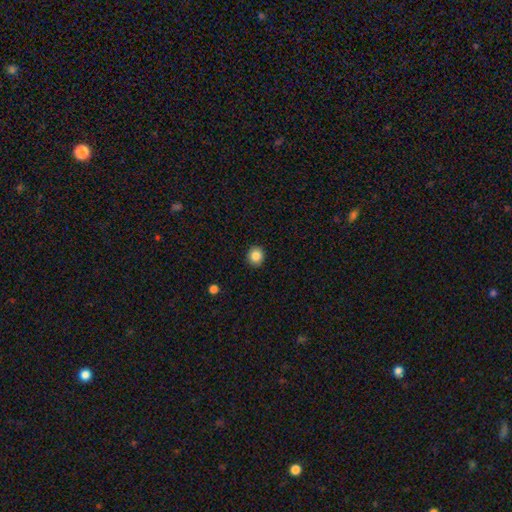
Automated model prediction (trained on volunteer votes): Morphology: type=smooth (86%); roundness=round (84%); merging=none (92%).